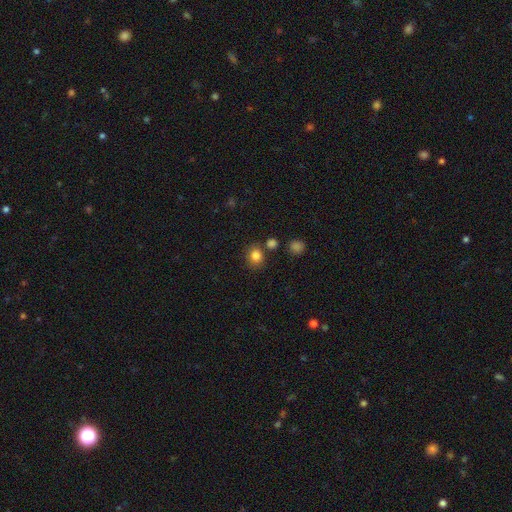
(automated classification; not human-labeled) Q: Smooth or featured?
A: smooth (83%); runner-up: star or artifact (12%)
Q: How rounded?
A: round (79%); runner-up: in between (20%)
Q: Merging?
A: none (78%); runner-up: minor disturbance (10%)